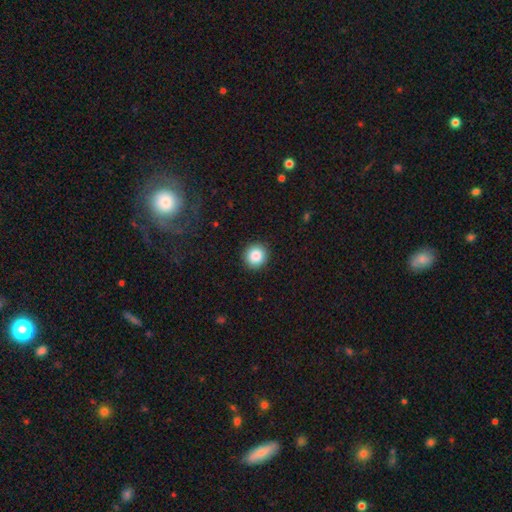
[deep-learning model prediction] This appears to be a smooth galaxy with no disk features (87%) that is round (94%). Merging: none (92%).